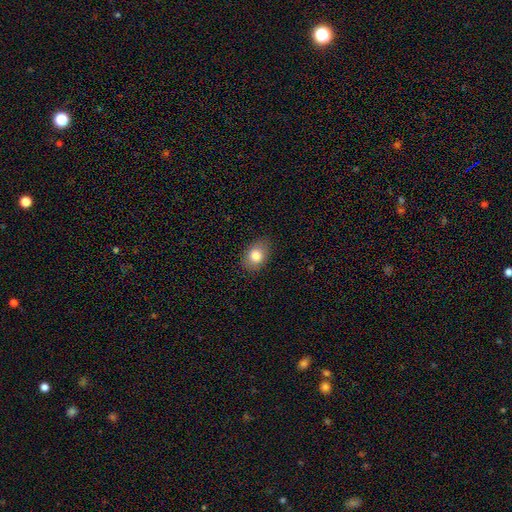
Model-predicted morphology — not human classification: This is clearly a smooth galaxy (81%). How rounded: likely in between (75%). Merging: clearly none (83%).